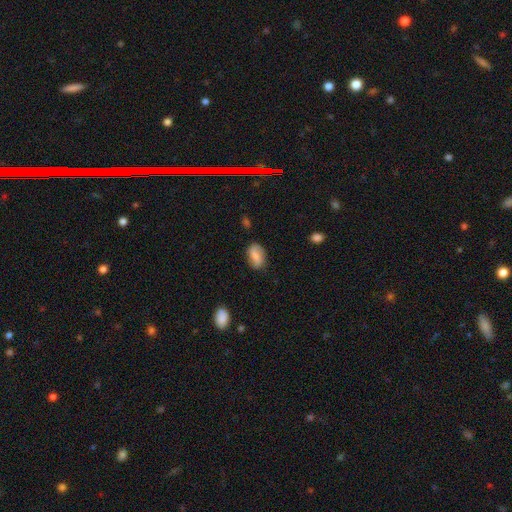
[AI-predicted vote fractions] The model was most divided on "smooth or featured": smooth: 53%, featured or disk: 39%, star or artifact: 8%. More confident: how rounded — in between (84%); merging — none (77%).